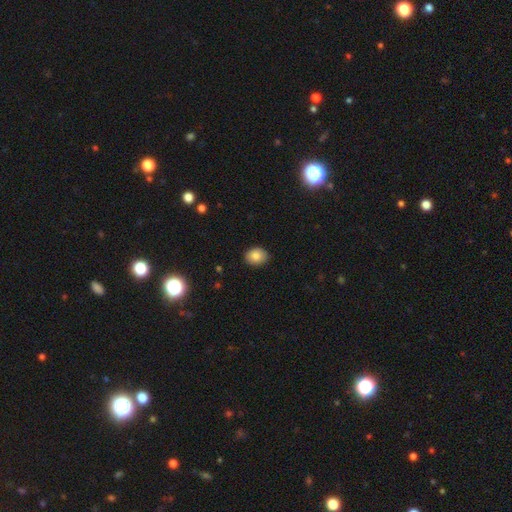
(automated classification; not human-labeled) smooth_or_featured: smooth (p=0.84) [alt: star or artifact p=0.09]
how_rounded: in between (p=0.54) [alt: round p=0.45]
merging: none (p=0.86) [alt: minor disturbance p=0.11]